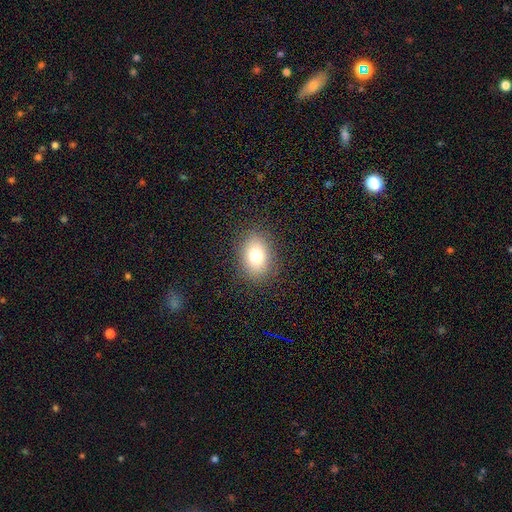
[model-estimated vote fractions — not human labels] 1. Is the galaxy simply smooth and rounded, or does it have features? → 76% smooth, 12% featured or disk, 12% star or artifact.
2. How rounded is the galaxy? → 70% in between, 29% round, 1% cigar-shaped.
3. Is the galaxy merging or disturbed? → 86% none, 9% minor disturbance, 4% major disturbance, 1% merger.